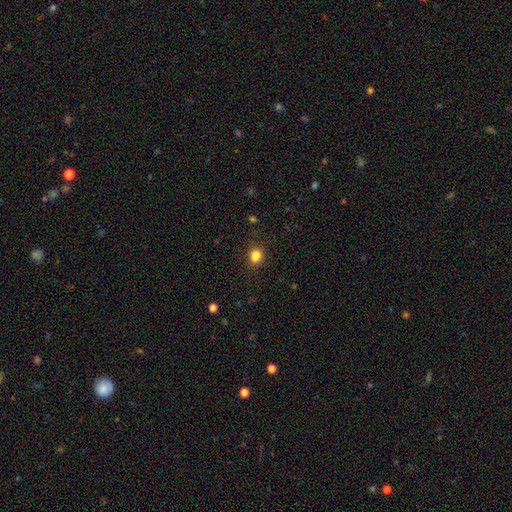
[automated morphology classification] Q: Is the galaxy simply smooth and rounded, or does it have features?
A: smooth — 84%.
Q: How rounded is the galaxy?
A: round — 63%.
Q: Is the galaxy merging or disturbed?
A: none — 86%.